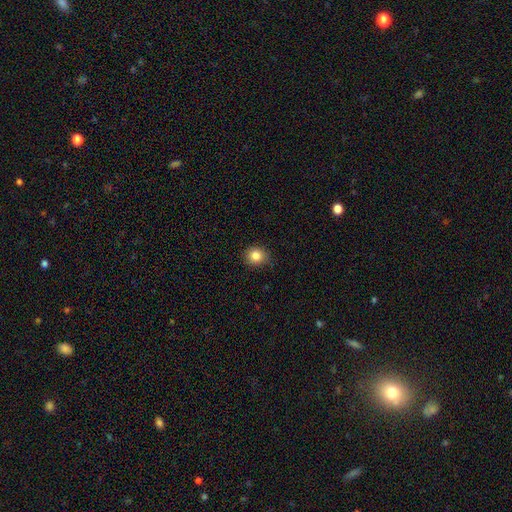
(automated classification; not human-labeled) Smooth or featured?
  - smooth: 84% *
  - star or artifact: 11%
  - featured or disk: 6%
How rounded?
  - round: 83% *
  - in between: 16%
  - cigar-shaped: 1%
Merging?
  - none: 87% *
  - minor disturbance: 10%
  - major disturbance: 2%
  - merger: 1%